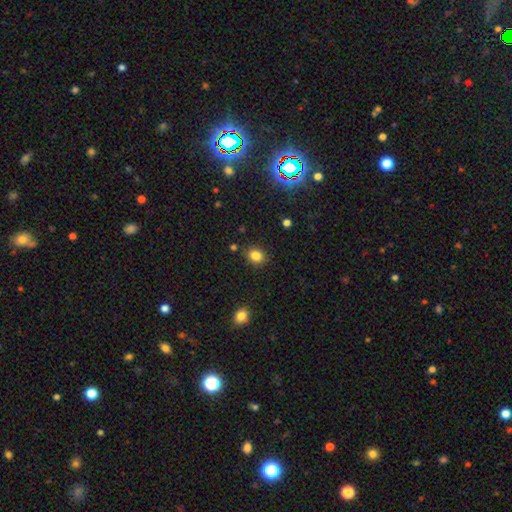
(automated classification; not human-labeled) This appears to be a smooth galaxy with no disk features (83%) that is round (58%). Merging: none (86%).